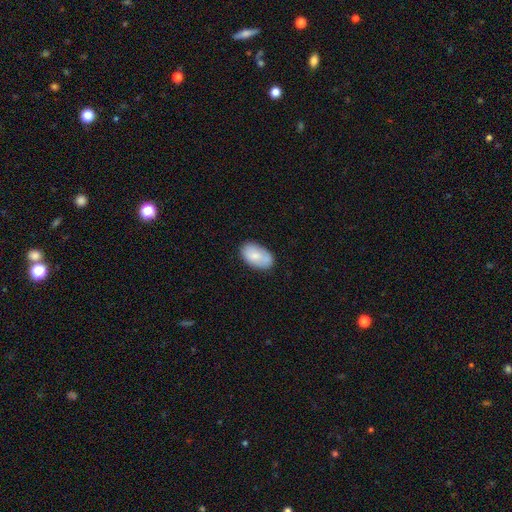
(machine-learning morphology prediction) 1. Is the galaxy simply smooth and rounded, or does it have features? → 77% smooth, 17% featured or disk, 6% star or artifact.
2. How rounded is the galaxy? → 93% in between, 6% round, 1% cigar-shaped.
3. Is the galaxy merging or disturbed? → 73% none, 20% minor disturbance, 4% major disturbance, 3% merger.